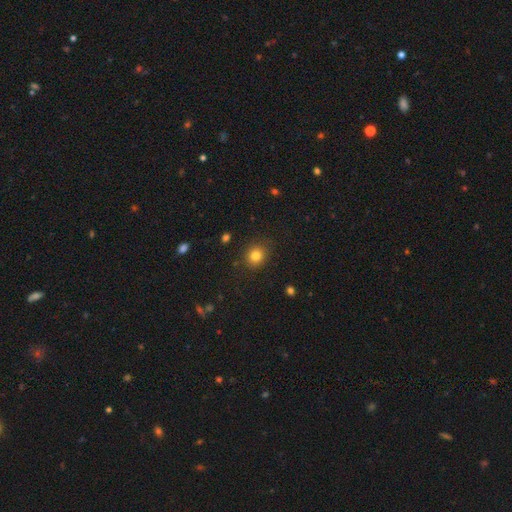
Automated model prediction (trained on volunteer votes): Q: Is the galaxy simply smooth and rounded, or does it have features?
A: smooth — 82%.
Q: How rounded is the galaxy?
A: round — 79%.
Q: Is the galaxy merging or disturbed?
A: none — 87%.